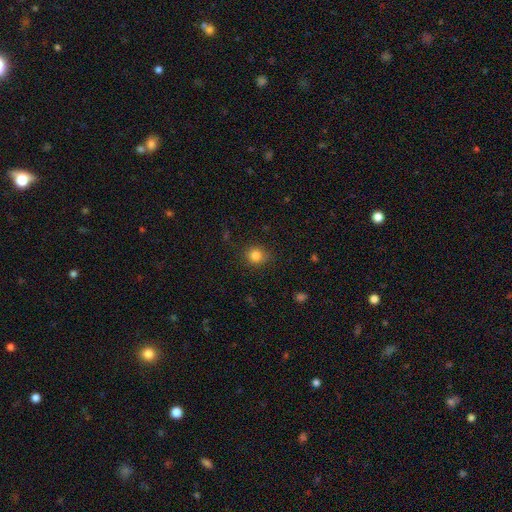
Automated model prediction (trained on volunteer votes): smooth_or_featured: smooth (p=0.82) [alt: star or artifact p=0.12]
how_rounded: round (p=0.88) [alt: in between p=0.11]
merging: none (p=0.85) [alt: minor disturbance p=0.11]